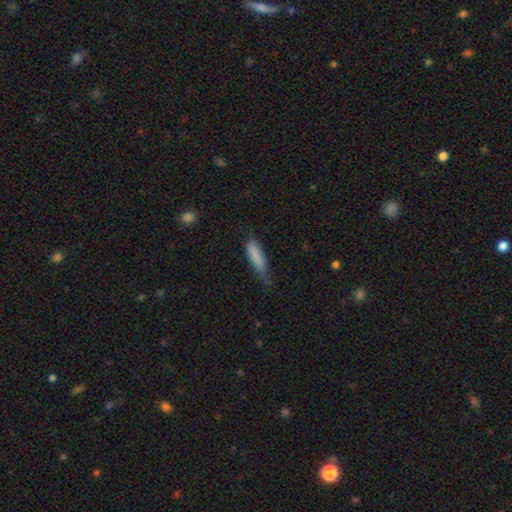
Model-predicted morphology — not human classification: A smooth galaxy with no disk features (81%) that is cigar-shaped (68%).

Vote fractions:
- Smooth or featured? smooth: 81% / featured or disk: 12% / star or artifact: 7%
- How rounded? cigar-shaped: 68% / in between: 31% / round: 2%
- Merging? none: 44% / minor disturbance: 40% / major disturbance: 13% / merger: 3%